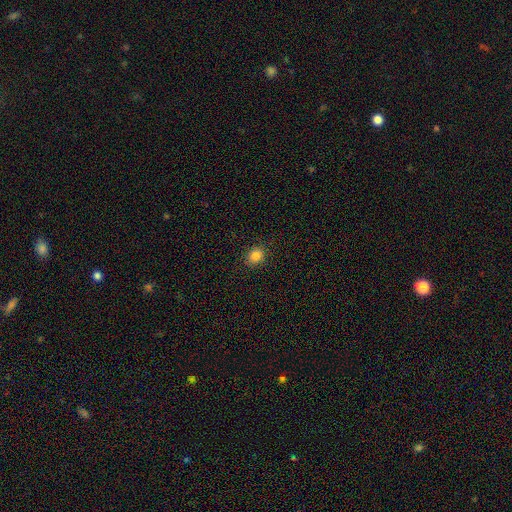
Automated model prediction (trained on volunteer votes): smooth 85%, star or artifact 11%, featured or disk 4%. Down the decision tree: how rounded — round (62%); merging — none (89%).